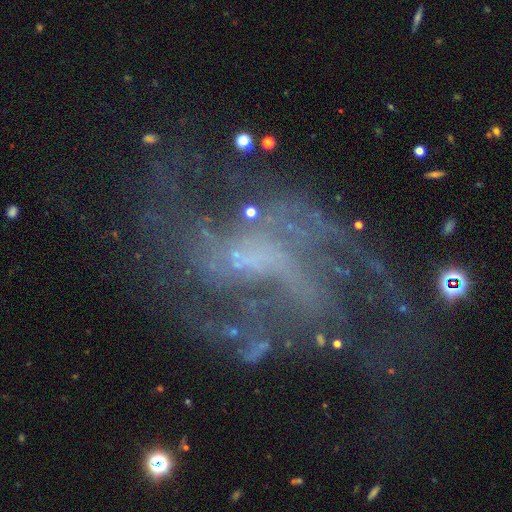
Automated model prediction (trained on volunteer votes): Smooth or featured: featured or disk — 81% (star or artifact — 12%)
Edge-on disk: no — 97% (yes — 3%)
Bar: no — 45% (weak — 41%)
Spiral arms: yes — 87% (no — 13%)
Spiral winding: medium — 42% (loose — 39%)
Spiral arm count: 2 — 30% (can't tell — 28%)
Bulge size: none — 47% (small — 34%)
Merging: none — 47% (major disturbance — 32%)